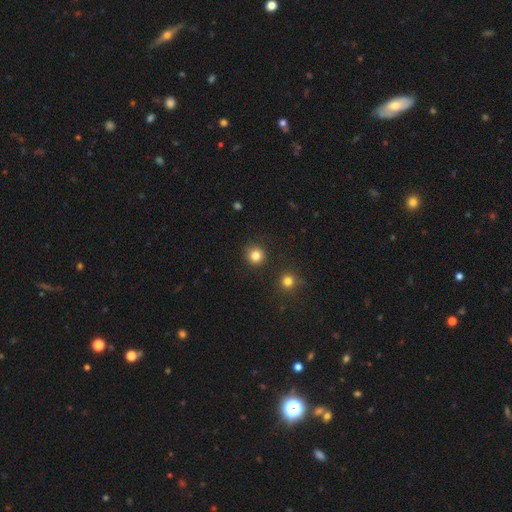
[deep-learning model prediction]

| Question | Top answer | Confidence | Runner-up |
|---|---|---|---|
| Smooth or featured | smooth | 83% | star or artifact (13%) |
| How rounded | round | 94% | in between (5%) |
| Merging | none | 90% | minor disturbance (6%) |